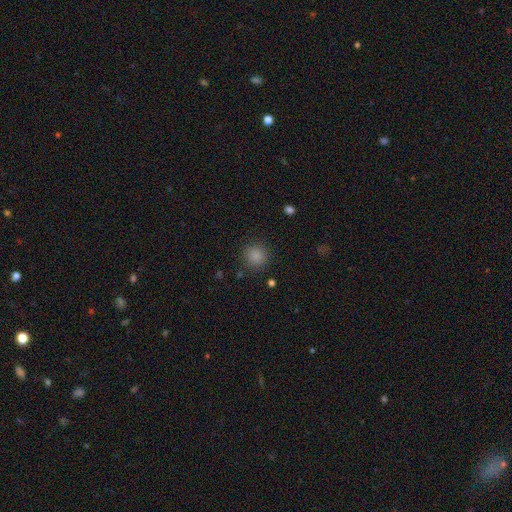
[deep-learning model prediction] smooth-or-featured: smooth: 85% | star or artifact: 11% | featured or disk: 4%
  how-rounded: round: 92% | in between: 7% | cigar-shaped: 1%
  merging: none: 88% | minor disturbance: 7% | major disturbance: 3% | merger: 1%